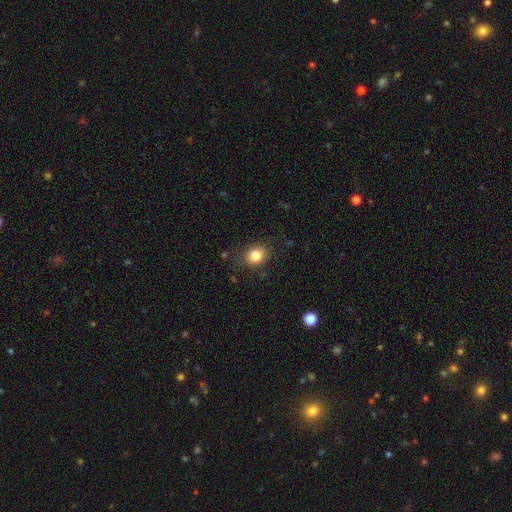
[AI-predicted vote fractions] Smooth or featured? smooth (83%)
How rounded? round (62%)
Merging? none (85%)